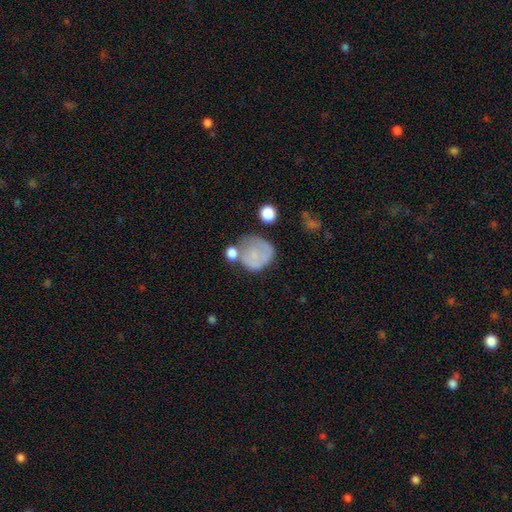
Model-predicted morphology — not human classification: smooth 63%, featured or disk 27%, star or artifact 10%. Down the decision tree: how rounded — round (74%); merging — none (40%).